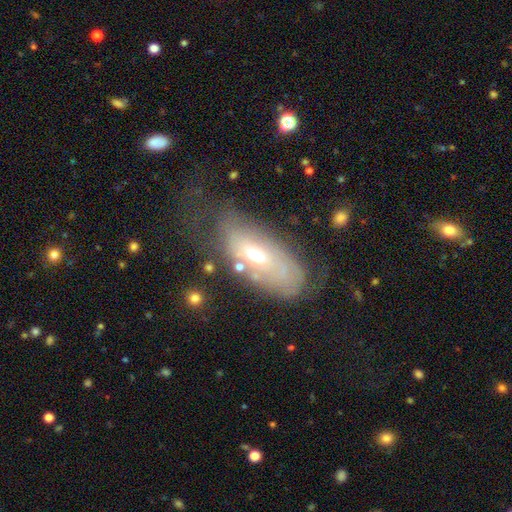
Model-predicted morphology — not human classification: Smooth or featured?
  - featured or disk: 56% *
  - smooth: 35%
  - star or artifact: 9%
Edge-on disk?
  - no: 85% *
  - yes: 15%
Merging?
  - none: 51% *
  - minor disturbance: 26%
  - major disturbance: 18%
  - merger: 5%